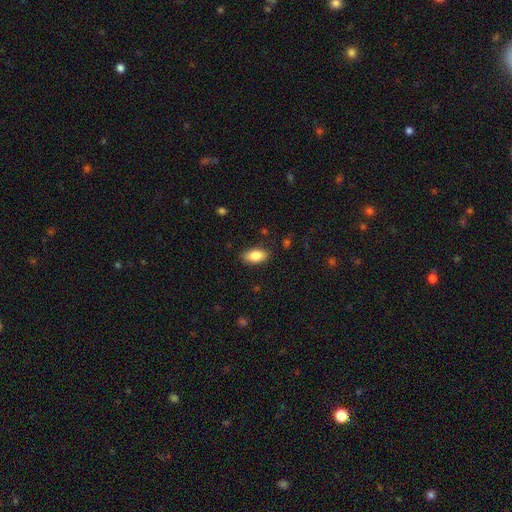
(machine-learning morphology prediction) Smooth or featured?
  - smooth: 84% *
  - featured or disk: 9%
  - star or artifact: 7%
How rounded?
  - in between: 91% *
  - cigar-shaped: 5%
  - round: 4%
Merging?
  - none: 85% *
  - minor disturbance: 11%
  - major disturbance: 2%
  - merger: 1%